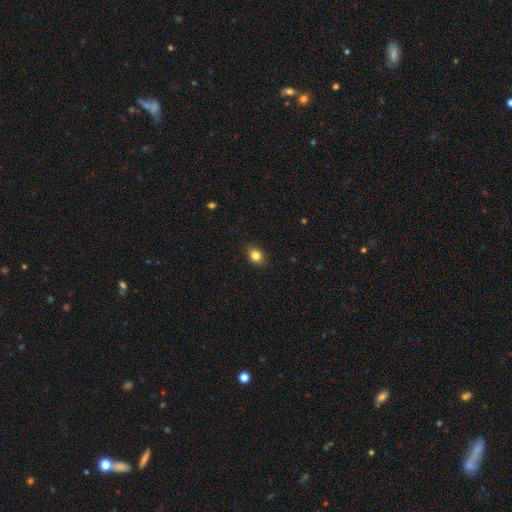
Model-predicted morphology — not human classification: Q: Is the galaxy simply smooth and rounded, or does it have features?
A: smooth — 82%.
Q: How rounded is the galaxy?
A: in between — 61%.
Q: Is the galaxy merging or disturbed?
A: none — 85%.